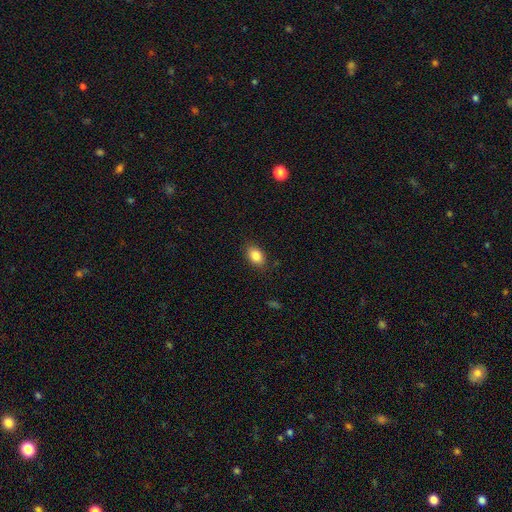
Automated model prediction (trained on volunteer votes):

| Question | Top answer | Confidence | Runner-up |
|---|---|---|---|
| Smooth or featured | smooth | 85% | star or artifact (8%) |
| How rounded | in between | 83% | round (15%) |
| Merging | none | 85% | minor disturbance (11%) |